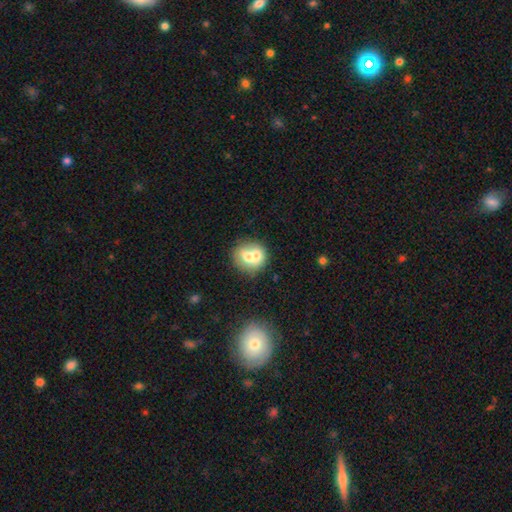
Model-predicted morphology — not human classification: smooth-or-featured: smooth: 66% | featured or disk: 26% | star or artifact: 9%
  how-rounded: round: 78% | in between: 21% | cigar-shaped: 1%
  merging: merger: 56% | none: 33% | minor disturbance: 9% | major disturbance: 3%